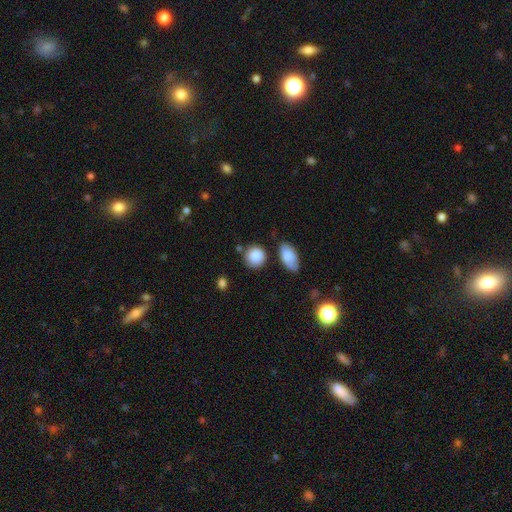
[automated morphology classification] A smooth galaxy with no disk features (87%) that is round (83%).

Vote fractions:
- Smooth or featured? smooth: 87% / star or artifact: 8% / featured or disk: 6%
- How rounded? round: 83% / in between: 16% / cigar-shaped: 1%
- Merging? none: 73% / minor disturbance: 16% / merger: 7% / major disturbance: 4%